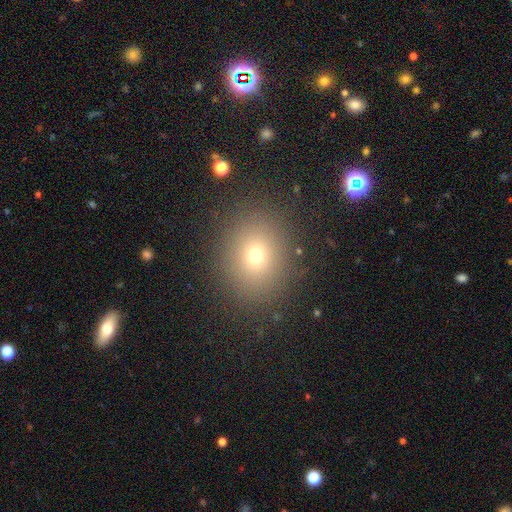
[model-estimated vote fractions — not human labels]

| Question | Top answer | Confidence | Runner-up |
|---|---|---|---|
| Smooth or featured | smooth | 70% | star or artifact (19%) |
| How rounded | round | 60% | in between (38%) |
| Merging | none | 88% | minor disturbance (7%) |